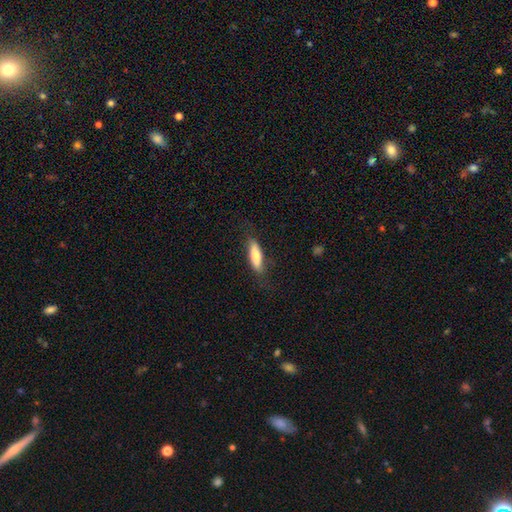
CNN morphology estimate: This appears to be a smooth galaxy with no disk features (73%) that is cigar-shaped (52%). Merging: none (77%).